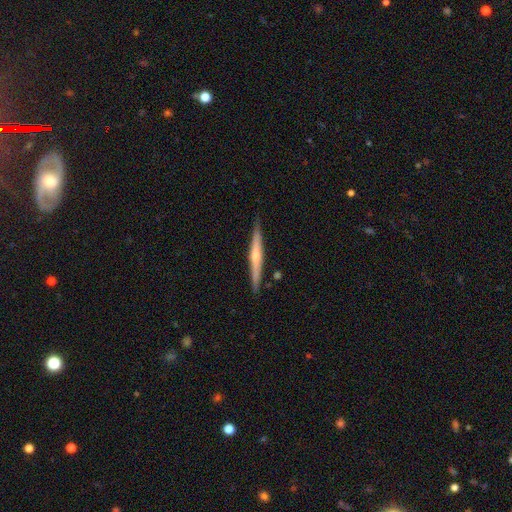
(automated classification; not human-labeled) Morphology: type=featured or disk (64%); edge-on=yes (97%); edge-on bulge=rounded (74%); merging=none (89%).